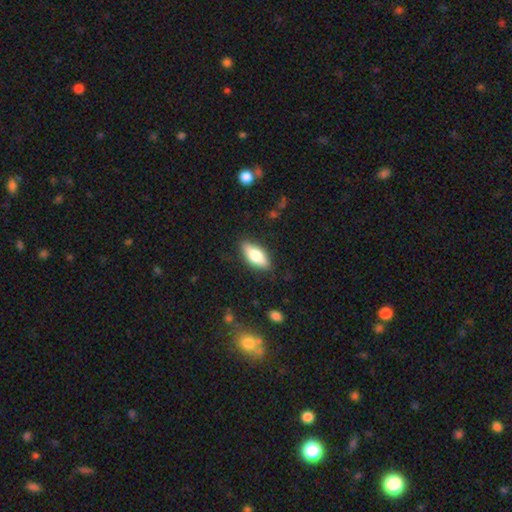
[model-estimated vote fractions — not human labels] This is likely a smooth galaxy (70%). How rounded: likely in between (78%). Merging: clearly none (85%).